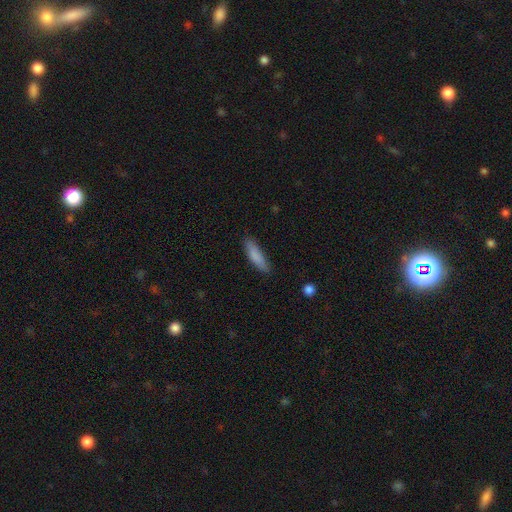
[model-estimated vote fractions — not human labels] This is clearly a smooth galaxy (85%). How rounded: likely cigar-shaped (67%). Merging: clearly none (83%).